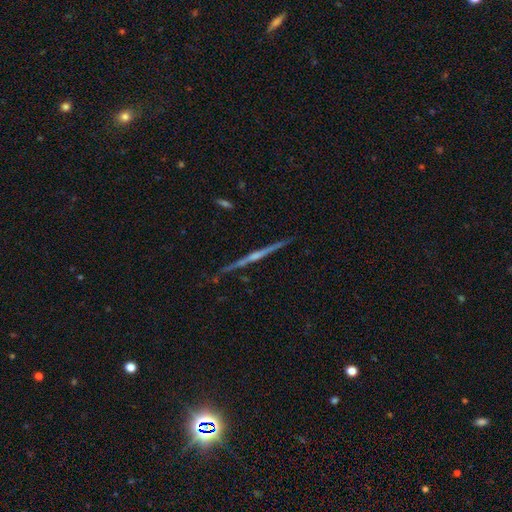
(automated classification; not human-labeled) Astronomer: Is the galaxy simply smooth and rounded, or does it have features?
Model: featured or disk — 71%.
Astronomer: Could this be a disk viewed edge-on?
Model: yes — 96%.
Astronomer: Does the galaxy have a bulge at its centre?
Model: rounded — 63%.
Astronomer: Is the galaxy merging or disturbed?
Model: none — 87%.